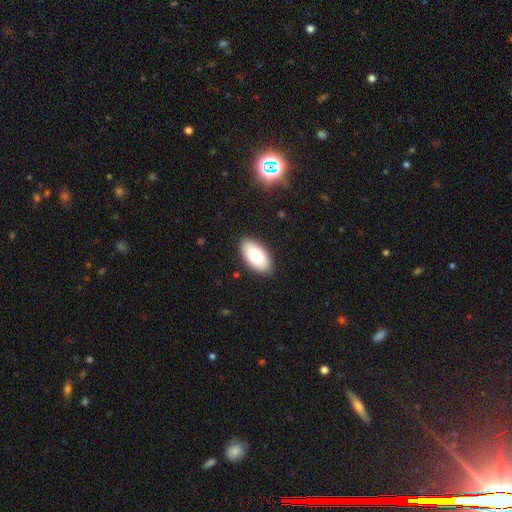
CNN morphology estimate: smooth 80%, featured or disk 14%, star or artifact 6%. Down the decision tree: how rounded — in between (95%); merging — none (88%).